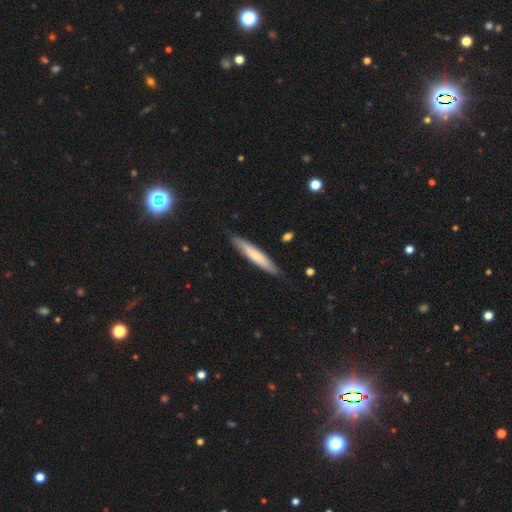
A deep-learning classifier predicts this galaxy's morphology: Smooth or featured: smooth — 65% (featured or disk — 29%)
How rounded: cigar-shaped — 91% (in between — 8%)
Merging: none — 83% (minor disturbance — 13%)